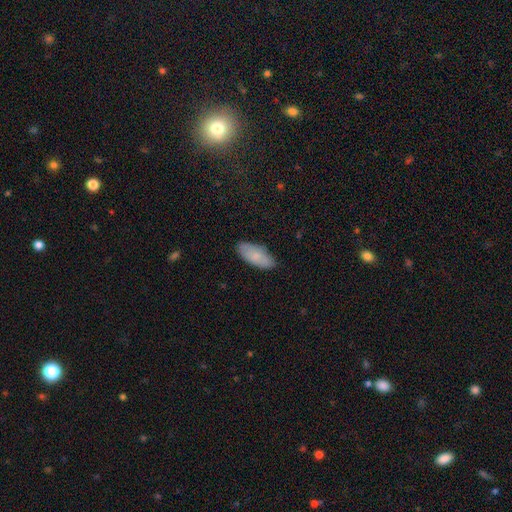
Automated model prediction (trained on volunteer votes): Overall: smooth (83%). How rounded: in between (89%). Merging: none (83%).